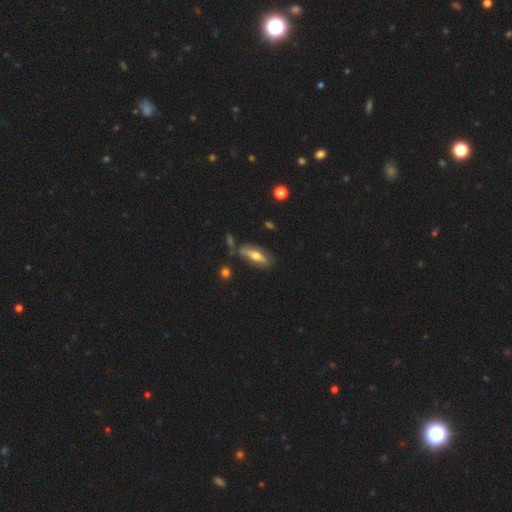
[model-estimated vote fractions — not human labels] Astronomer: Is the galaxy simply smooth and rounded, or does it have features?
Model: smooth — 48% (runner-up: featured or disk, 45%).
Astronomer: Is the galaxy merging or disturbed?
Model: none — 63%.